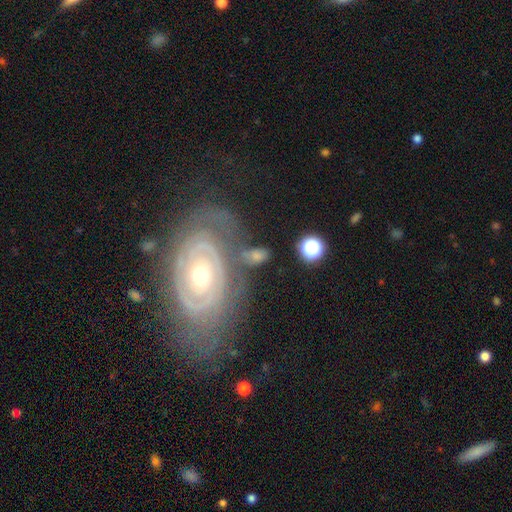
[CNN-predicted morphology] smooth 45%, featured or disk 44%, star or artifact 11%. Down the decision tree: merging — none (48%).